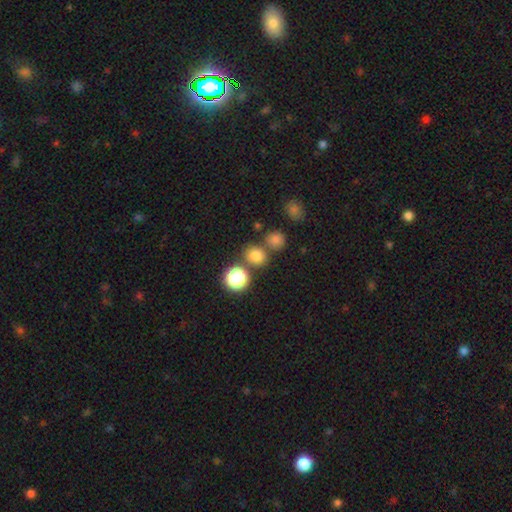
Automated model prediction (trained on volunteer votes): This appears to be a smooth galaxy with no disk features (75%) that is round (76%). Merging: none (67%).